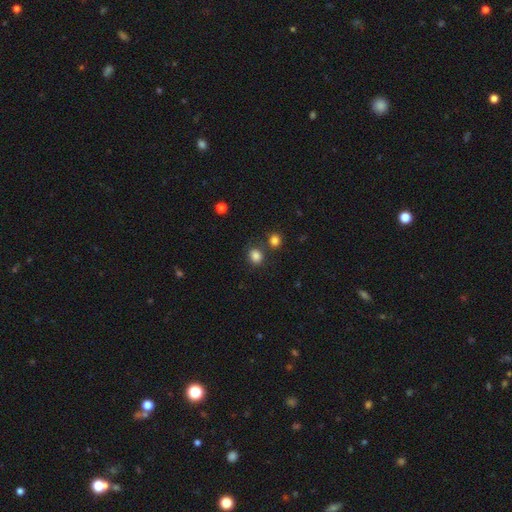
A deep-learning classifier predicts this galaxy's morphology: type=smooth (84%); roundness=round (63%); merging=none (73%).